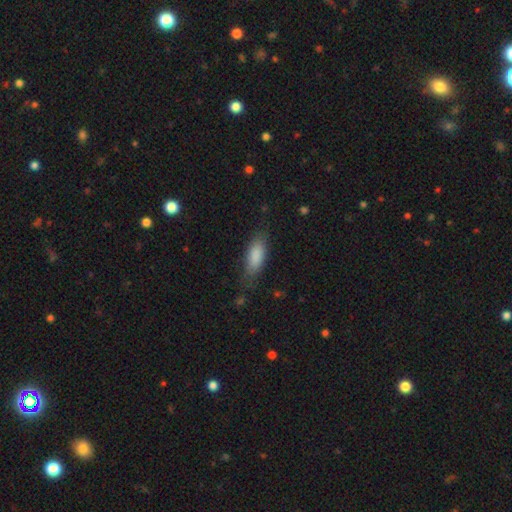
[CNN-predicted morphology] This appears to be a smooth galaxy with no disk features (86%) that is in between round and cigar-shaped (78%). Merging: none (73%).